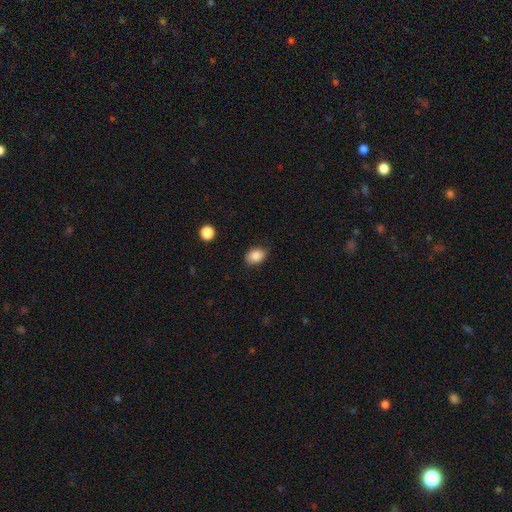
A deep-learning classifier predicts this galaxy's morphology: Smooth or featured?
  - smooth: 86% *
  - star or artifact: 9%
  - featured or disk: 6%
How rounded?
  - in between: 76% *
  - round: 23%
  - cigar-shaped: 1%
Merging?
  - none: 83% *
  - minor disturbance: 13%
  - major disturbance: 3%
  - merger: 1%